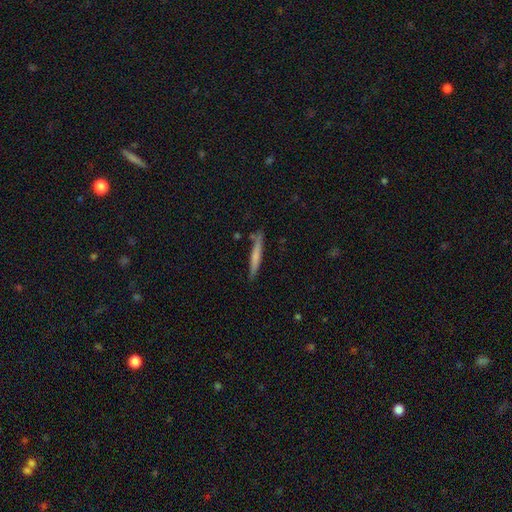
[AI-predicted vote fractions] This appears to be a smooth galaxy with no disk features (63%) that is cigar-shaped (95%). Merging: none (82%).